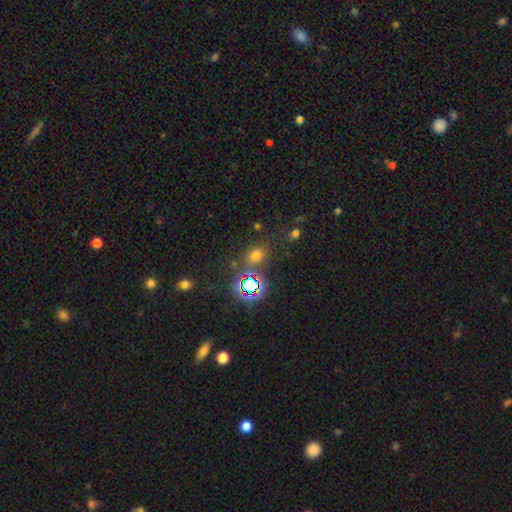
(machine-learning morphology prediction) smooth-or-featured: smooth: 61% | star or artifact: 32% | featured or disk: 8%
  how-rounded: round: 61% | in between: 38% | cigar-shaped: 1%
  merging: none: 76% | minor disturbance: 12% | merger: 8% | major disturbance: 5%